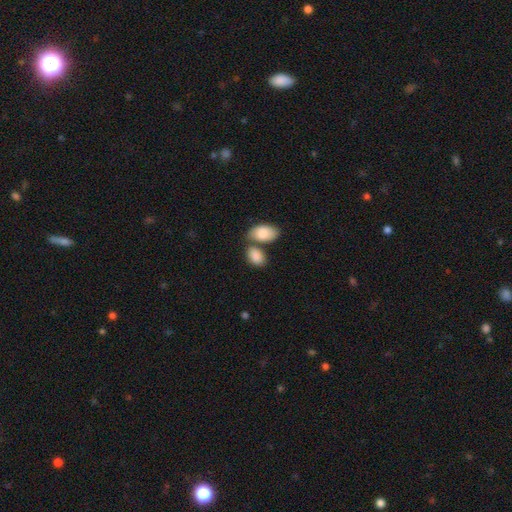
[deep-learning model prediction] smooth 87%, featured or disk 7%, star or artifact 6%. Down the decision tree: how rounded — in between (91%); merging — none (46%).